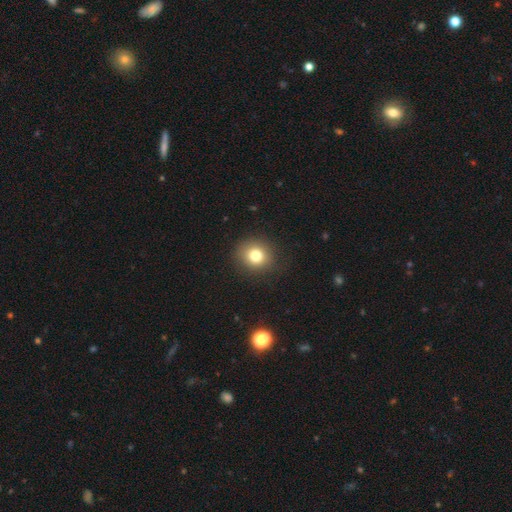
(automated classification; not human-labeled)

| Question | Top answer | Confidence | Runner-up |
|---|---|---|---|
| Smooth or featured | smooth | 77% | star or artifact (13%) |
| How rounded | round | 86% | in between (13%) |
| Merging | none | 88% | minor disturbance (8%) |